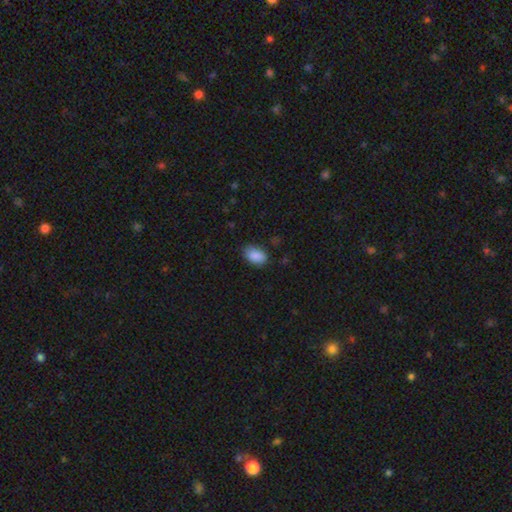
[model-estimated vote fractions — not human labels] smooth_or_featured: smooth (p=0.89) [alt: star or artifact p=0.08]
how_rounded: in between (p=0.90) [alt: round p=0.08]
merging: none (p=0.77) [alt: minor disturbance p=0.18]